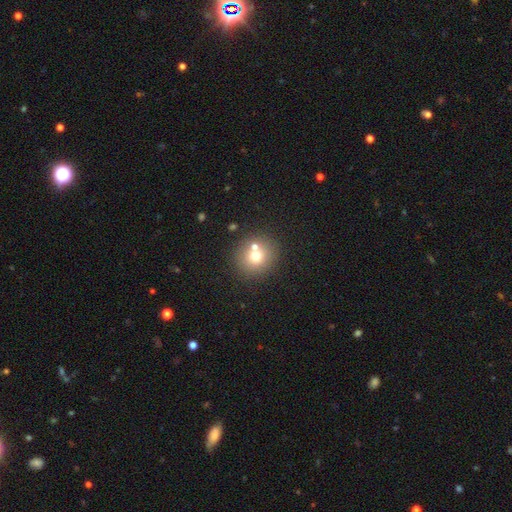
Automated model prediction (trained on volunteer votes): A smooth galaxy with no disk features (68%) that is round (90%).

Vote fractions:
- Smooth or featured? smooth: 68% / featured or disk: 17% / star or artifact: 15%
- How rounded? round: 90% / in between: 9% / cigar-shaped: 1%
- Merging? none: 69% / merger: 21% / minor disturbance: 8% / major disturbance: 3%